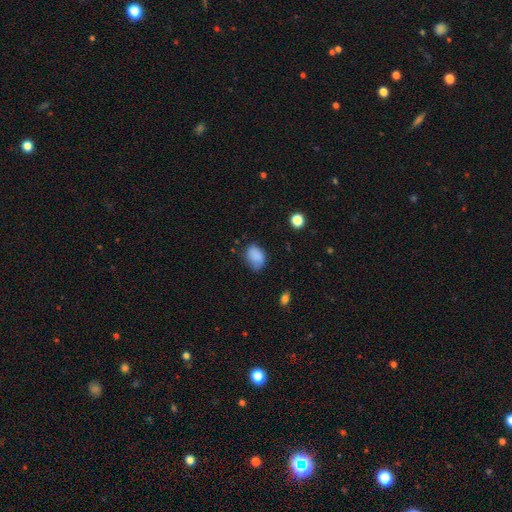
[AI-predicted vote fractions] Q: Smooth or featured?
A: smooth (85%); runner-up: star or artifact (9%)
Q: How rounded?
A: in between (80%); runner-up: round (19%)
Q: Merging?
A: none (63%); runner-up: minor disturbance (29%)